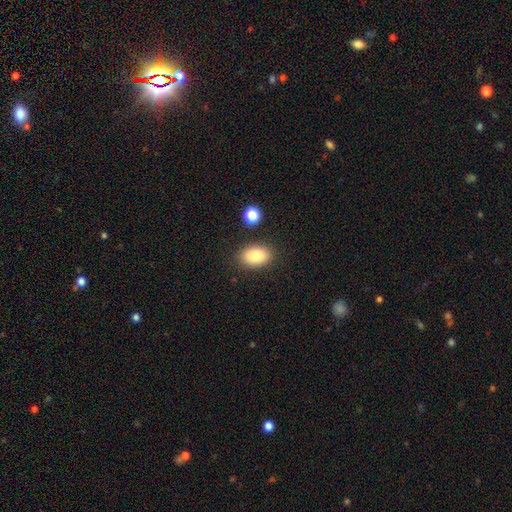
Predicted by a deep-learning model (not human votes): Morphology: type=smooth (86%); roundness=in between (88%); merging=none (85%).